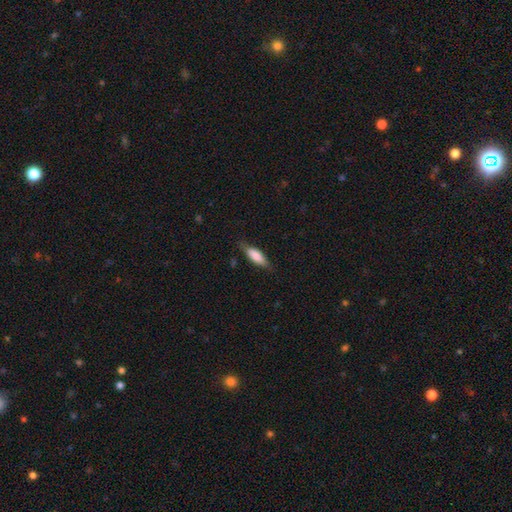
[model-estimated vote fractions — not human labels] Q: Smooth or featured?
A: smooth (76%); runner-up: featured or disk (18%)
Q: How rounded?
A: in between (60%); runner-up: cigar-shaped (38%)
Q: Merging?
A: none (74%); runner-up: minor disturbance (20%)